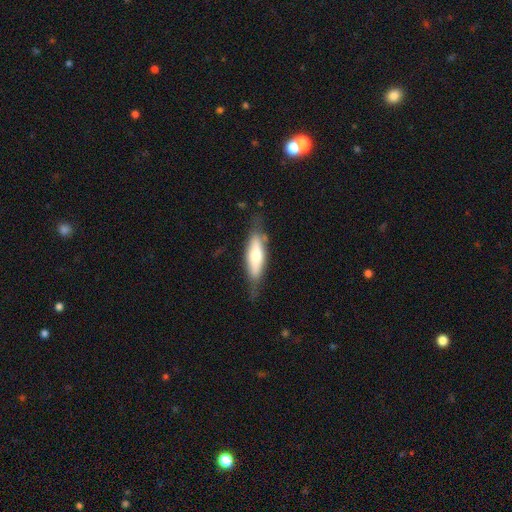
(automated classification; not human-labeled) Smooth or featured? smooth (55%)
How rounded? cigar-shaped (51%)
Merging? none (64%)